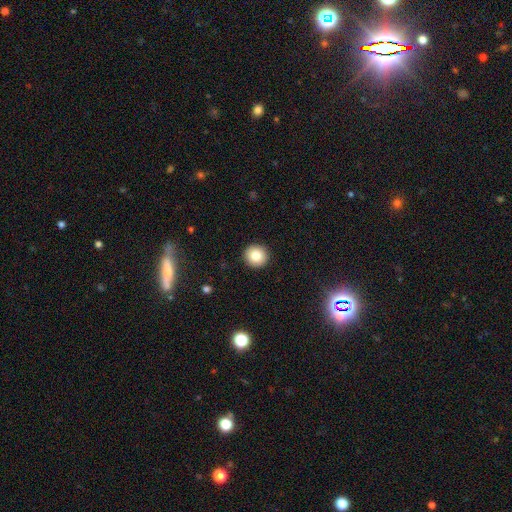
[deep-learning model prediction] smooth-or-featured: smooth: 82% | star or artifact: 10% | featured or disk: 8%
  how-rounded: round: 95% | in between: 4% | cigar-shaped: 1%
  merging: none: 93% | minor disturbance: 5% | major disturbance: 2% | merger: 1%